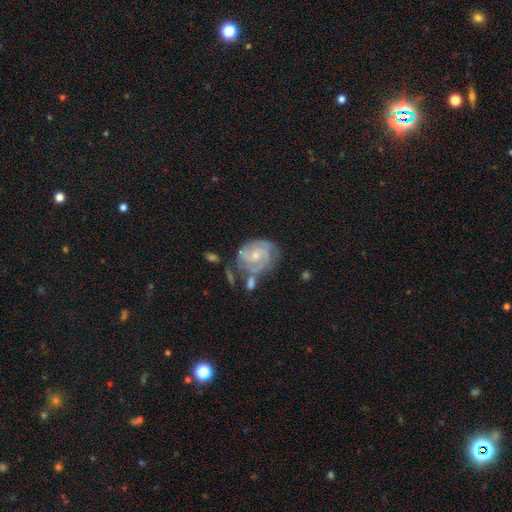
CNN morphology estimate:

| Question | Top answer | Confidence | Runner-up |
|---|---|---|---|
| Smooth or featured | featured or disk | 84% | smooth (10%) |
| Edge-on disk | no | 98% | yes (2%) |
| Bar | no | 65% | weak (30%) |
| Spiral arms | yes | 95% | no (5%) |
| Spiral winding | tight | 63% | medium (31%) |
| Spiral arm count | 2 | 32% | 3 (30%) |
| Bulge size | small | 65% | moderate (30%) |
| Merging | none | 54% | minor disturbance (23%) |